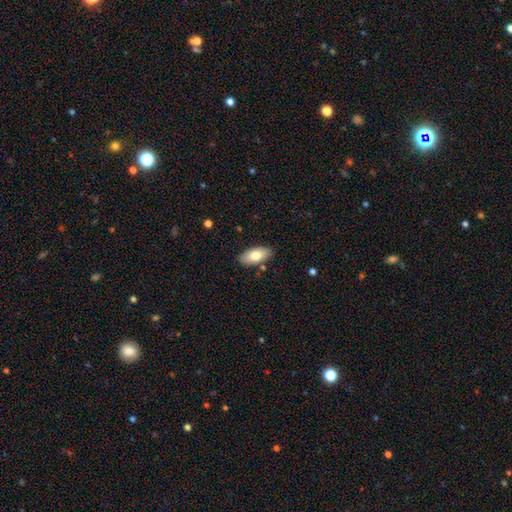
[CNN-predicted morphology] Q: Smooth or featured?
A: smooth (76%); runner-up: featured or disk (18%)
Q: How rounded?
A: in between (90%); runner-up: cigar-shaped (8%)
Q: Merging?
A: none (85%); runner-up: minor disturbance (10%)